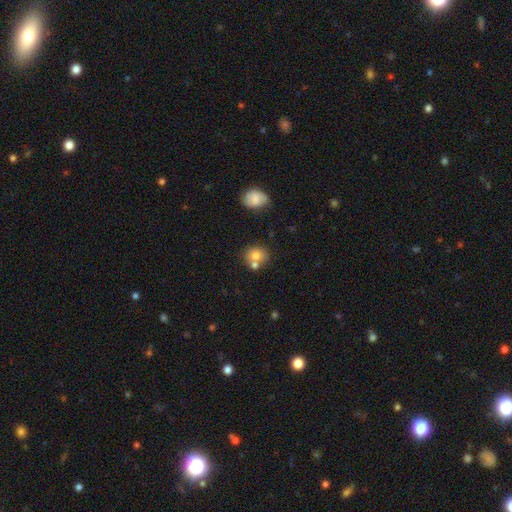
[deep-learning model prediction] Q: Smooth or featured?
A: smooth (76%); runner-up: featured or disk (14%)
Q: How rounded?
A: round (73%); runner-up: in between (26%)
Q: Merging?
A: none (56%); runner-up: merger (30%)